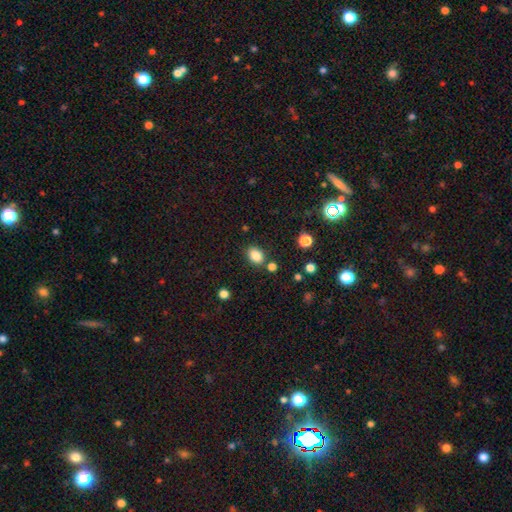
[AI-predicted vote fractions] Q: Smooth or featured?
A: smooth (84%); runner-up: star or artifact (11%)
Q: How rounded?
A: in between (71%); runner-up: round (27%)
Q: Merging?
A: none (79%); runner-up: minor disturbance (12%)